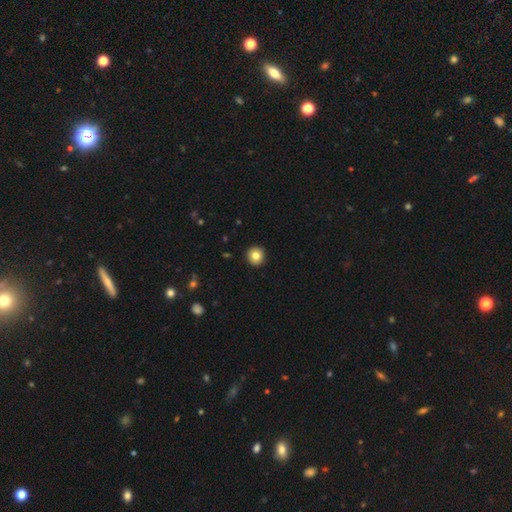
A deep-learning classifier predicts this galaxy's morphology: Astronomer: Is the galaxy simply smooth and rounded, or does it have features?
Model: smooth — 82%.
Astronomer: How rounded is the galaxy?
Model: round — 95%.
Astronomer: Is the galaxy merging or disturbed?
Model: none — 93%.